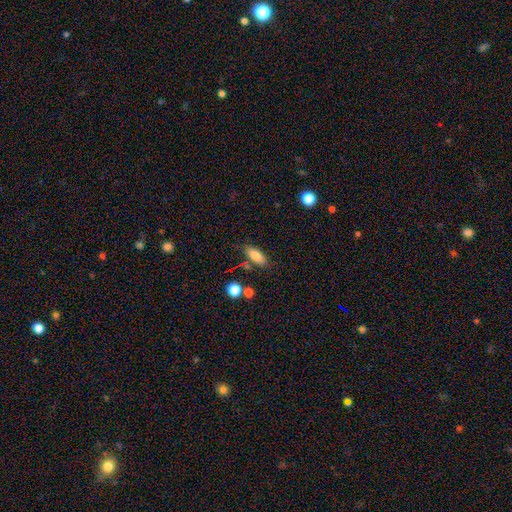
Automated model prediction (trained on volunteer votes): Q: Smooth or featured?
A: smooth (81%); runner-up: featured or disk (10%)
Q: How rounded?
A: in between (75%); runner-up: cigar-shaped (22%)
Q: Merging?
A: none (76%); runner-up: minor disturbance (14%)